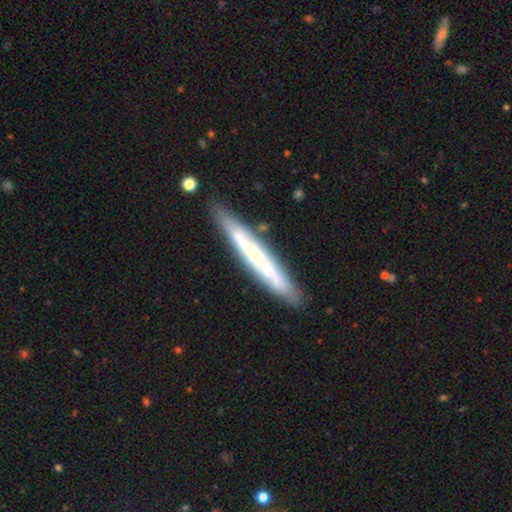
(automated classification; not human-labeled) Morphology: type=featured or disk (58%); edge-on=yes (84%); merging=none (85%).